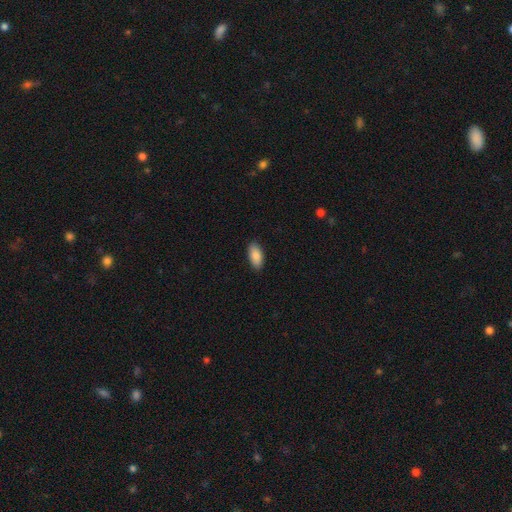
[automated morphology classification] Smooth or featured?
  - smooth: 89% *
  - star or artifact: 6%
  - featured or disk: 5%
How rounded?
  - in between: 91% *
  - cigar-shaped: 7%
  - round: 2%
Merging?
  - none: 89% *
  - minor disturbance: 8%
  - major disturbance: 2%
  - merger: 1%